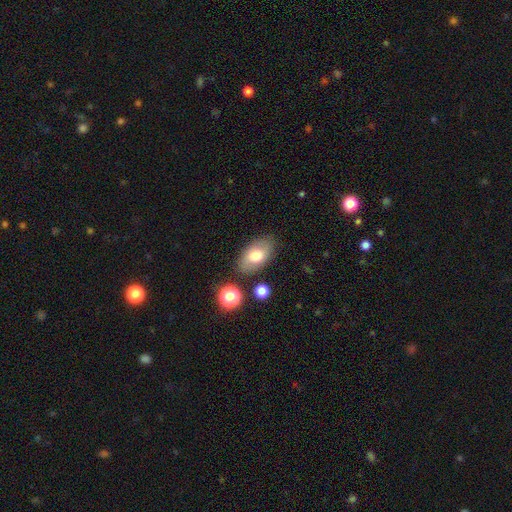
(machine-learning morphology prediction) type=smooth (70%); roundness=in between (91%); merging=none (79%).